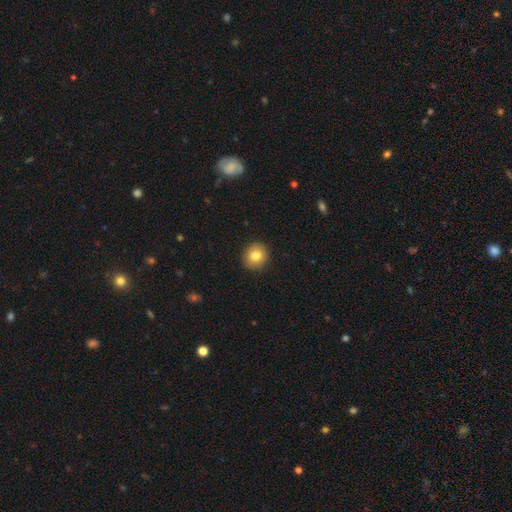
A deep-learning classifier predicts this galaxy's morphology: smooth-or-featured: smooth: 81% | star or artifact: 9% | featured or disk: 9%
  how-rounded: round: 87% | in between: 12% | cigar-shaped: 1%
  merging: none: 90% | minor disturbance: 7% | major disturbance: 2% | merger: 1%